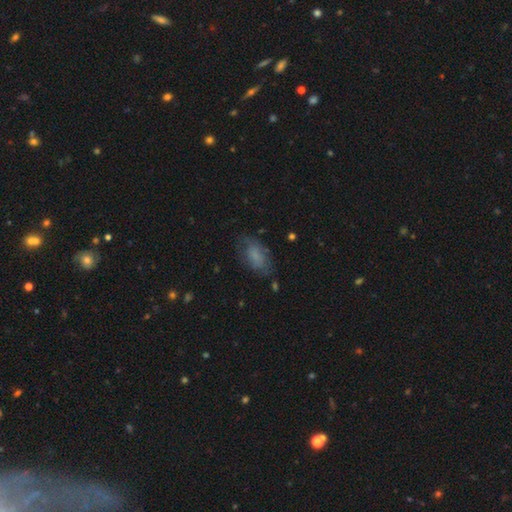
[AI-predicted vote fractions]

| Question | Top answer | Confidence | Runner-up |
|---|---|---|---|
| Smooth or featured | smooth | 71% | featured or disk (20%) |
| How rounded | in between | 91% | round (6%) |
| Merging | none | 62% | minor disturbance (25%) |